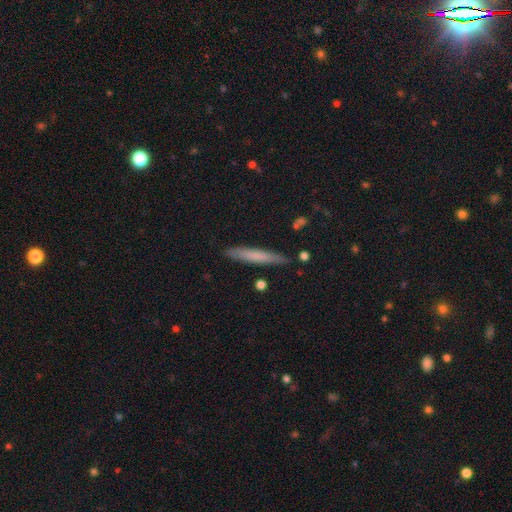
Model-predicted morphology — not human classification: Smooth or featured?
  - smooth: 69% *
  - featured or disk: 25%
  - star or artifact: 6%
How rounded?
  - cigar-shaped: 94% *
  - in between: 5%
  - round: 1%
Merging?
  - none: 86% *
  - minor disturbance: 10%
  - major disturbance: 2%
  - merger: 2%